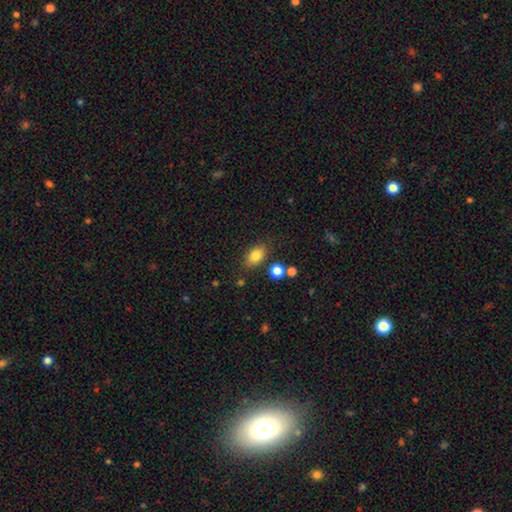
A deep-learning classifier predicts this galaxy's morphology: A smooth galaxy with no disk features (82%) that is in between round and cigar-shaped (80%). Merging: none (79%).